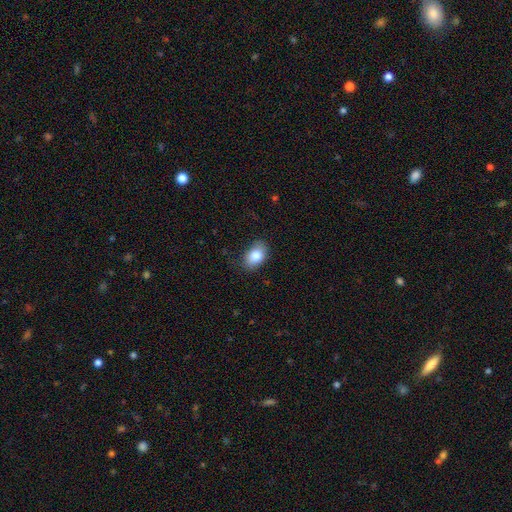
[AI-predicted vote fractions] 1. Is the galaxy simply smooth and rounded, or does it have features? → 83% smooth, 9% featured or disk, 8% star or artifact.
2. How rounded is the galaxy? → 84% in between, 14% round, 1% cigar-shaped.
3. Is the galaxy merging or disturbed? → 79% none, 16% minor disturbance, 4% major disturbance, 1% merger.